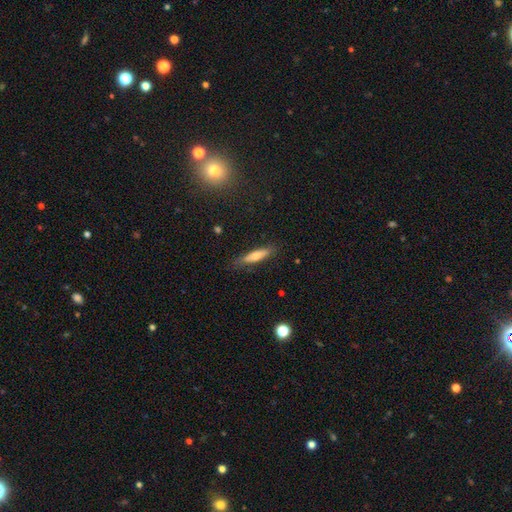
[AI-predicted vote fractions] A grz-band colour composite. It shows a smooth galaxy with no disk features (63%) that is cigar-shaped (77%). Merging: none (81%).